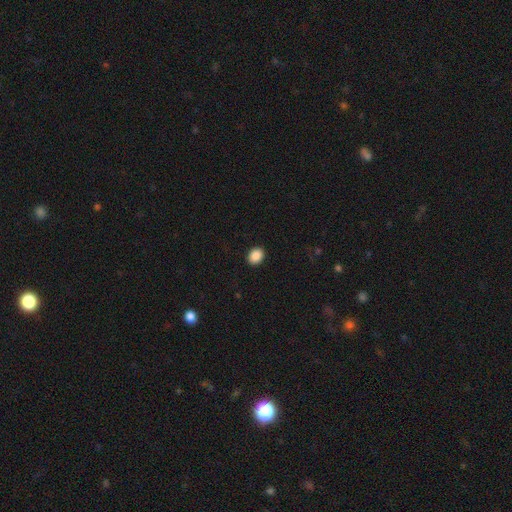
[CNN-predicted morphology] Smooth or featured: smooth — 89% (star or artifact — 8%)
How rounded: in between — 53% (round — 46%)
Merging: none — 91% (minor disturbance — 6%)